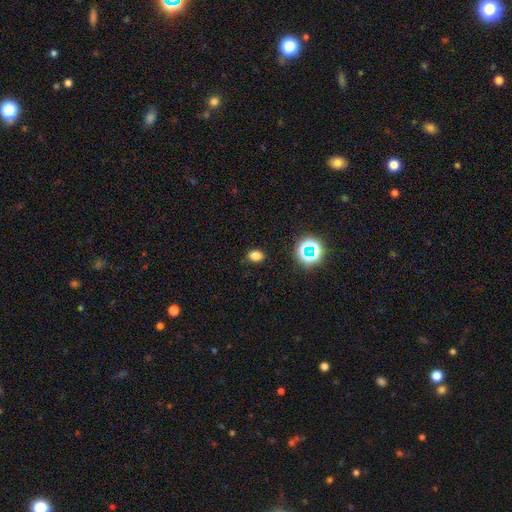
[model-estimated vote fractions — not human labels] A smooth galaxy with no disk features (76%) that is in between round and cigar-shaped (74%).

Vote fractions:
- Smooth or featured? smooth: 76% / star or artifact: 18% / featured or disk: 6%
- How rounded? in between: 74% / round: 25% / cigar-shaped: 1%
- Merging? none: 87% / minor disturbance: 9% / major disturbance: 3% / merger: 1%